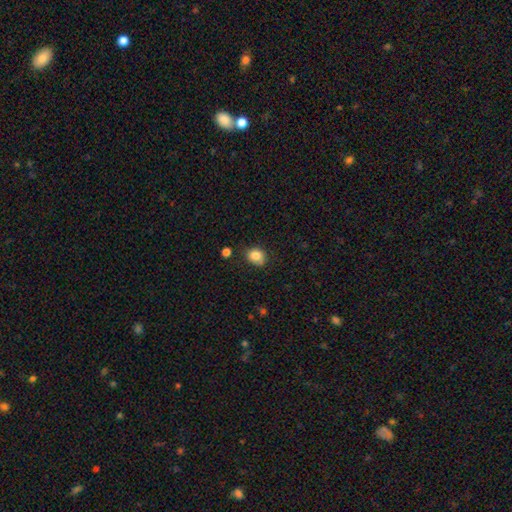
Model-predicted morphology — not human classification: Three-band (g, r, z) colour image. It shows a smooth galaxy with no disk features (84%) that is round (63%). Merging: none (66%).